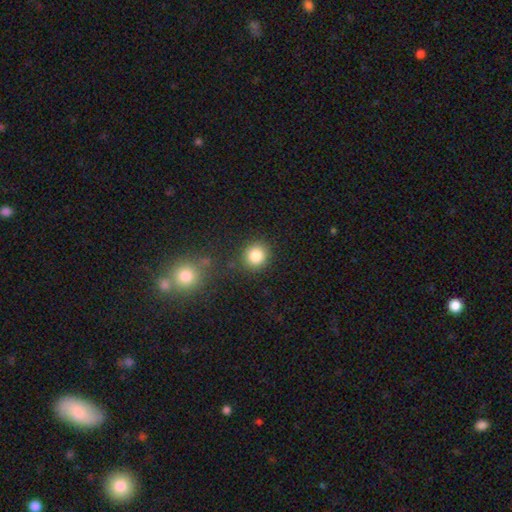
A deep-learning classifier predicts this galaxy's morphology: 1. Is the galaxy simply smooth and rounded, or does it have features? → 84% smooth, 11% star or artifact, 5% featured or disk.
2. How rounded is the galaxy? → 88% round, 11% in between, 1% cigar-shaped.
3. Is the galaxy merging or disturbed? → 85% none, 8% minor disturbance, 3% merger, 3% major disturbance.